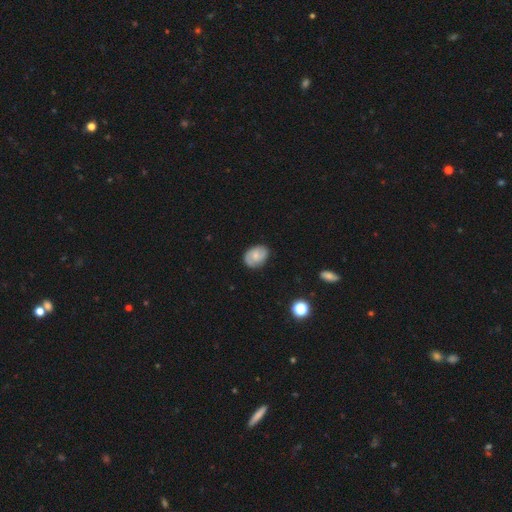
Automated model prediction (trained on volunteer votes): Smooth or featured?
  - featured or disk: 48% *
  - smooth: 44%
  - star or artifact: 8%
Merging?
  - none: 78% *
  - minor disturbance: 17%
  - major disturbance: 4%
  - merger: 1%